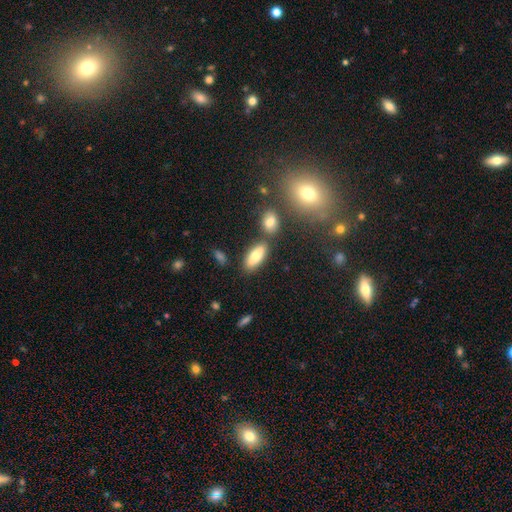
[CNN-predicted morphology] type=smooth (79%); roundness=in between (82%); merging=none (77%).